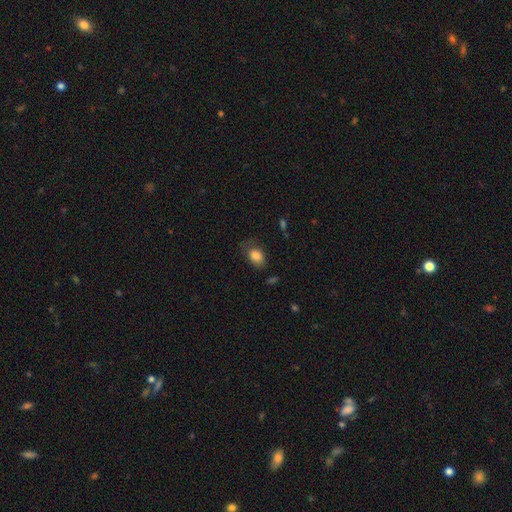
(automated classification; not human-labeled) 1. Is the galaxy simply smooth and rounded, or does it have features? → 83% smooth, 9% star or artifact, 8% featured or disk.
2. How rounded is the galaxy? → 78% in between, 20% round, 1% cigar-shaped.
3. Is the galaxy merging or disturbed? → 61% none, 26% minor disturbance, 11% major disturbance, 2% merger.